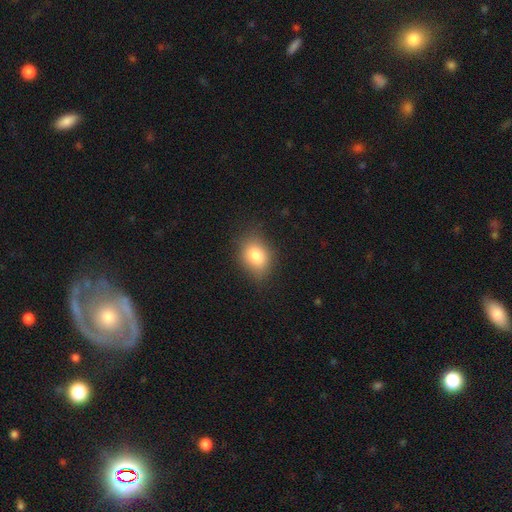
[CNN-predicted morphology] A smooth galaxy with no disk features (81%) that is in between round and cigar-shaped (69%).

Vote fractions:
- Smooth or featured? smooth: 81% / star or artifact: 10% / featured or disk: 9%
- How rounded? in between: 69% / round: 30% / cigar-shaped: 1%
- Merging? none: 77% / minor disturbance: 18% / major disturbance: 4% / merger: 1%